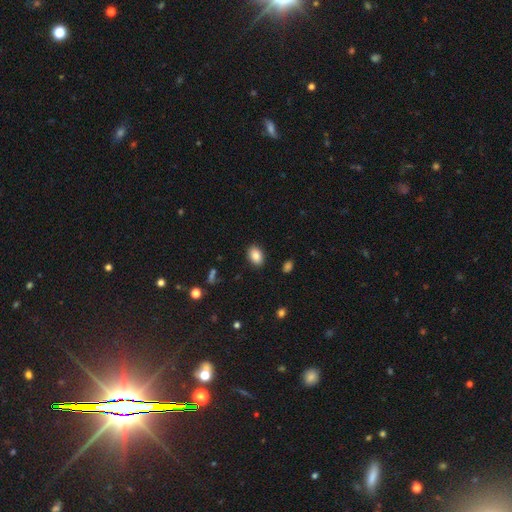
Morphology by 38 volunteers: Volunteers were most divided on "merging": none: 80%, minor disturbance: 20%, major disturbance: 0%, merger: 0%. More confident: smooth or featured — smooth (84%); how rounded — in between (81%).